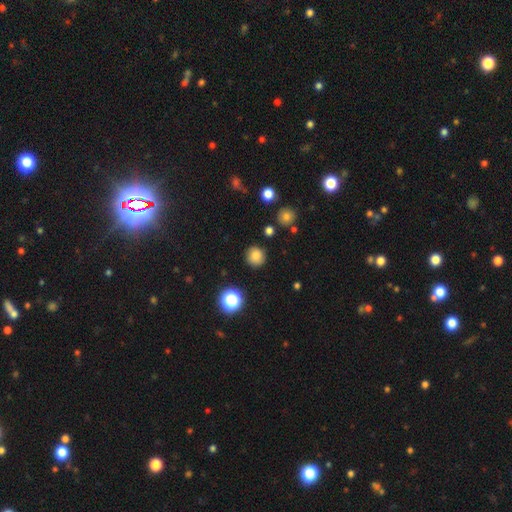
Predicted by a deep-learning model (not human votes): A smooth galaxy with no disk features (81%) that is round (91%).

Vote fractions:
- Smooth or featured? smooth: 81% / star or artifact: 13% / featured or disk: 5%
- How rounded? round: 91% / in between: 8% / cigar-shaped: 1%
- Merging? none: 87% / minor disturbance: 8% / major disturbance: 3% / merger: 2%